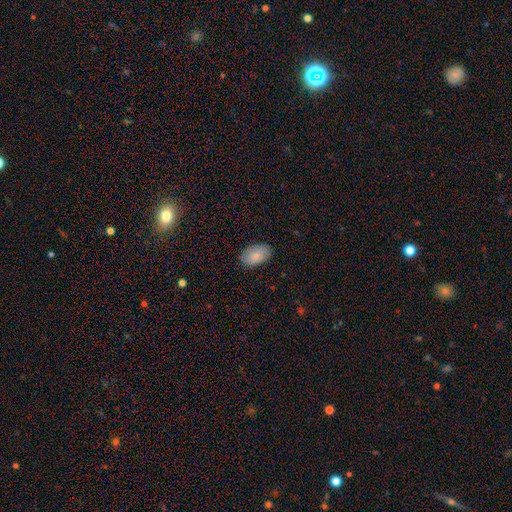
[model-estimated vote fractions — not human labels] smooth_or_featured: smooth (p=0.86) [alt: featured or disk p=0.08]
how_rounded: in between (p=0.94) [alt: round p=0.05]
merging: none (p=0.85) [alt: minor disturbance p=0.12]